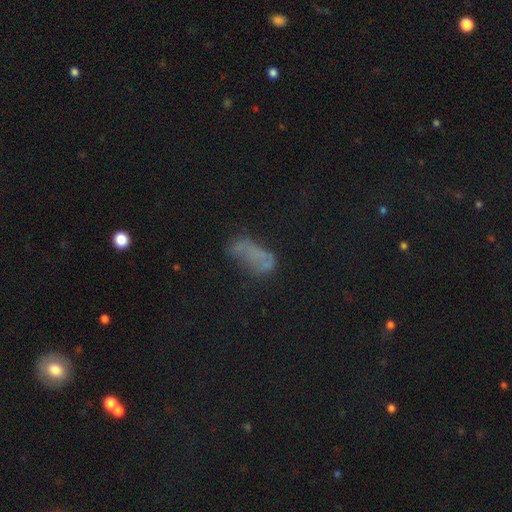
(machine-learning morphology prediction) This appears to be a smooth galaxy with no disk features (45%). Merging: none (43%).